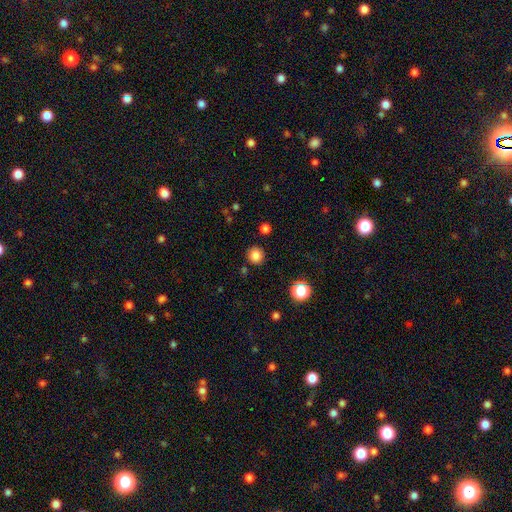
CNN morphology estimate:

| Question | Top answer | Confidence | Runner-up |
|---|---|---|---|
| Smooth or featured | smooth | 83% | star or artifact (12%) |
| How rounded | round | 93% | in between (6%) |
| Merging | none | 88% | minor disturbance (7%) |